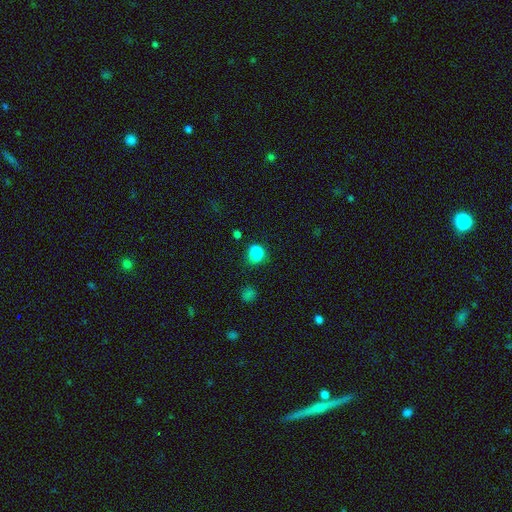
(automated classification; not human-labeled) Smooth or featured: smooth — 84% (star or artifact — 11%)
How rounded: round — 53% (in between — 45%)
Merging: none — 69% (minor disturbance — 21%)